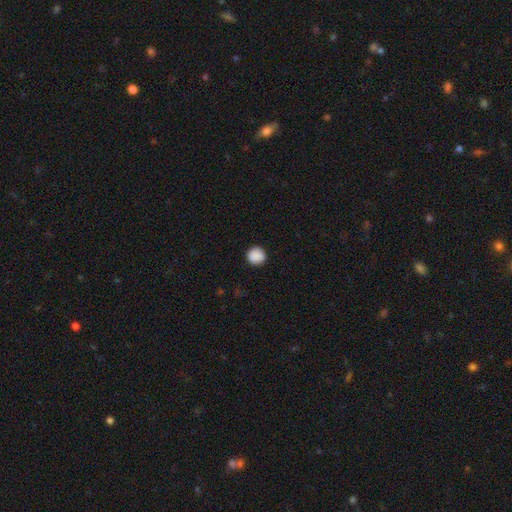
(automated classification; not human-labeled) Smooth or featured: smooth — 89% (star or artifact — 8%)
How rounded: round — 93% (in between — 6%)
Merging: none — 90% (minor disturbance — 7%)